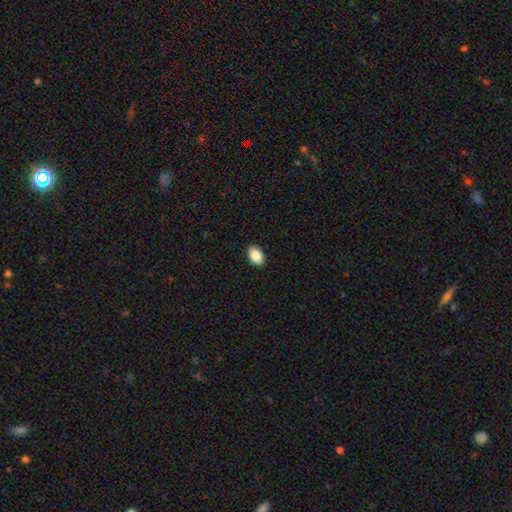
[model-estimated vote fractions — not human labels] Morphology: type=smooth (87%); roundness=in between (89%); merging=none (90%).